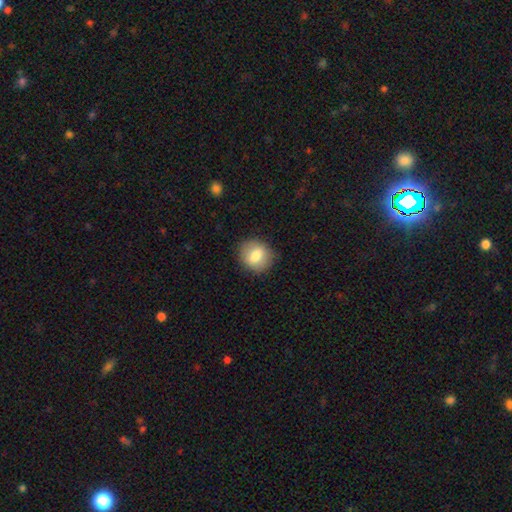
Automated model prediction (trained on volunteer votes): Smooth or featured?
  - smooth: 74% *
  - featured or disk: 18%
  - star or artifact: 8%
How rounded?
  - round: 75% *
  - in between: 24%
  - cigar-shaped: 1%
Merging?
  - none: 86% *
  - minor disturbance: 10%
  - major disturbance: 3%
  - merger: 1%